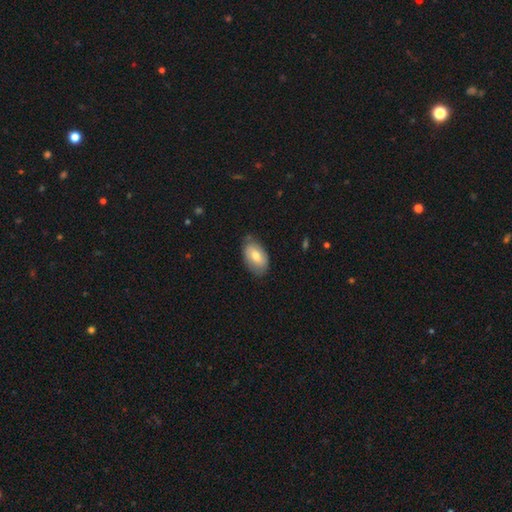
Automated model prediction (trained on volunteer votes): The model was most divided on "smooth or featured": smooth: 70%, featured or disk: 24%, star or artifact: 6%. More confident: how rounded — in between (92%); merging — none (74%).